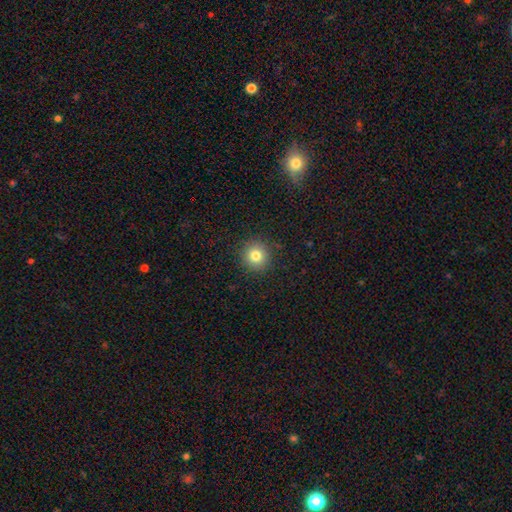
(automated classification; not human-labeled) The model was most divided on "smooth or featured": smooth: 80%, star or artifact: 12%, featured or disk: 7%. More confident: how rounded — round (93%); merging — none (91%).